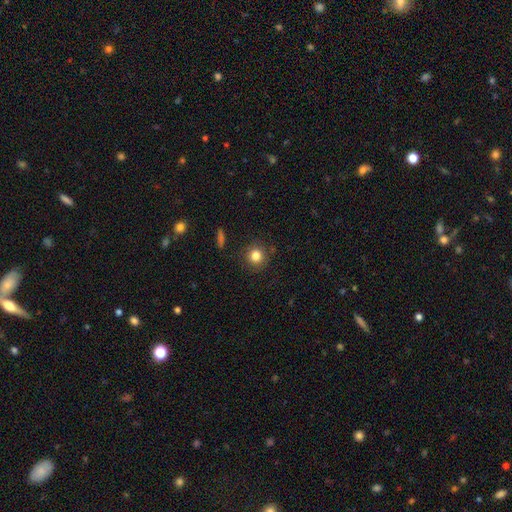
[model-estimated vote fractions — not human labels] Smooth or featured: smooth — 82% (star or artifact — 12%)
How rounded: round — 90% (in between — 9%)
Merging: none — 88% (minor disturbance — 8%)